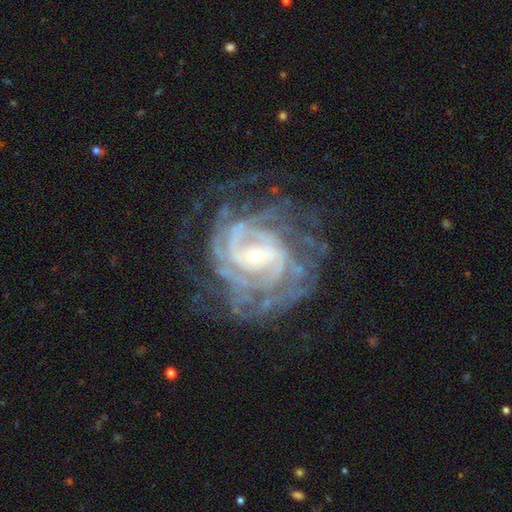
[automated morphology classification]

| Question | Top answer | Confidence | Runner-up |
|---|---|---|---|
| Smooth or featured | featured or disk | 90% | star or artifact (6%) |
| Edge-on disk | no | 98% | yes (2%) |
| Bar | no | 41% | tied: weak (41%) |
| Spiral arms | yes | 96% | no (4%) |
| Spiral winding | tight | 68% | medium (26%) |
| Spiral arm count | can't tell | 33% | 4 (18%) |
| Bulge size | small | 77% | moderate (18%) |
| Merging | none | 64% | minor disturbance (18%) |